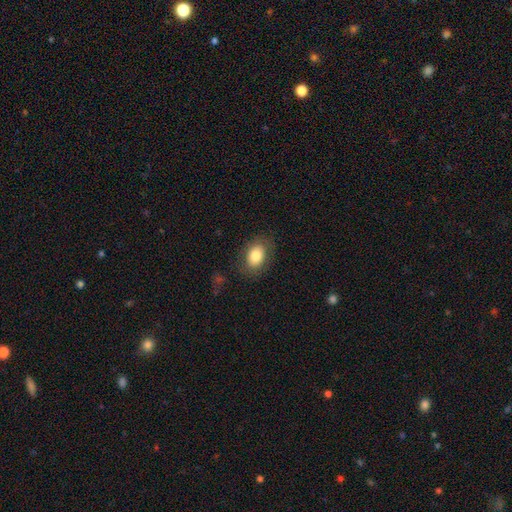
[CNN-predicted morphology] Smooth or featured: smooth — 80% (featured or disk — 12%)
How rounded: in between — 78% (round — 21%)
Merging: none — 80% (minor disturbance — 13%)